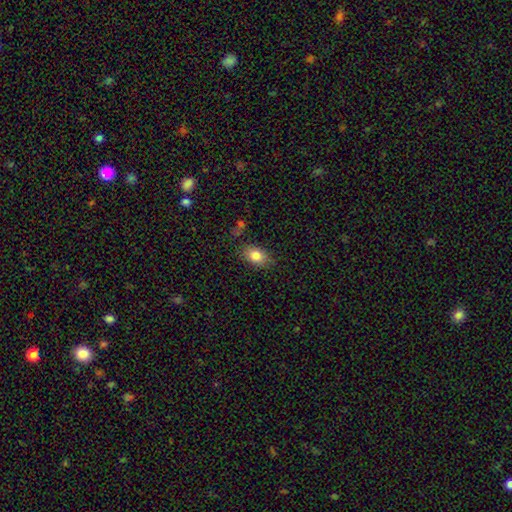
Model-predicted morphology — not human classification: type=smooth (82%); roundness=in between (83%); merging=none (78%).